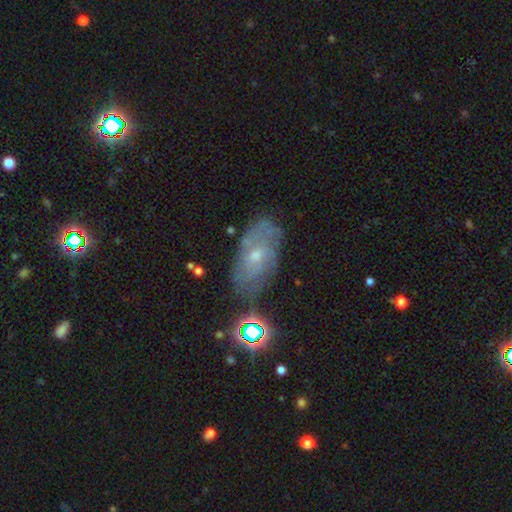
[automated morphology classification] The model was most divided on "bulge size": small: 61%, moderate: 34%, none: 3%, large: 2%, dominant: 1%. More confident: edge-on disk — no (92%); bar — no (73%); spiral arms — yes (65%); merging — none (59%); smooth or featured — featured or disk (57%).